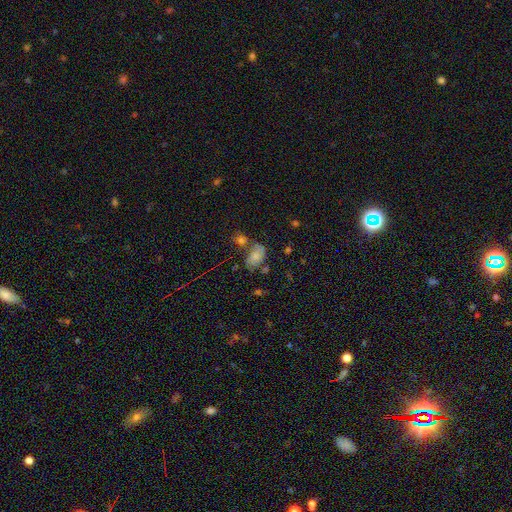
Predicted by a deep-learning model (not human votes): smooth-or-featured: smooth: 56% | featured or disk: 32% | star or artifact: 12%
  how-rounded: in between: 83% | round: 15% | cigar-shaped: 2%
  merging: none: 43% | minor disturbance: 23% | merger: 21% | major disturbance: 13%